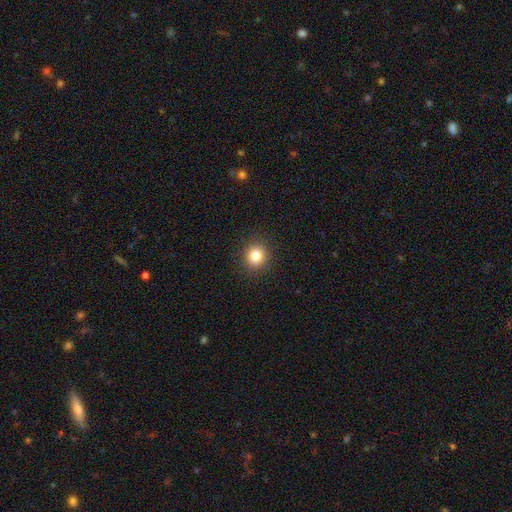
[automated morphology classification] smooth 82%, star or artifact 12%, featured or disk 6%. Down the decision tree: how rounded — round (87%); merging — none (91%).